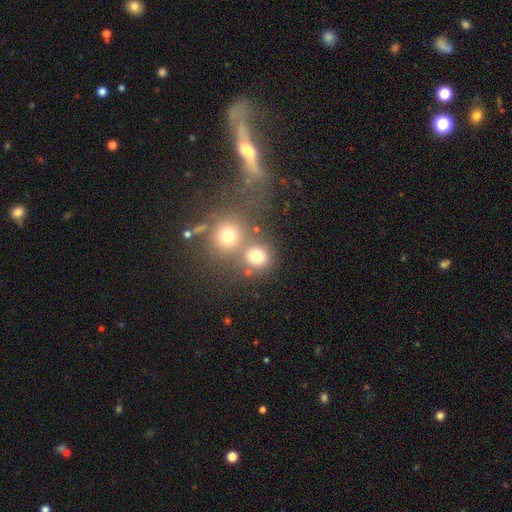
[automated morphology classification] type=smooth (74%); roundness=round (85%); merging=none (57%).